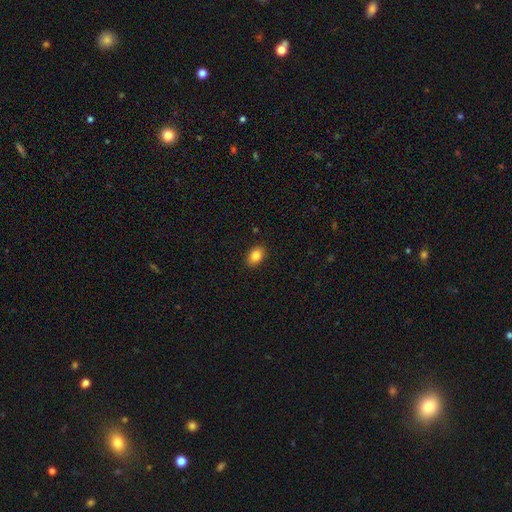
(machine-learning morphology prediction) A smooth galaxy with no disk features (85%) that is in between round and cigar-shaped (78%).

Vote fractions:
- Smooth or featured? smooth: 85% / star or artifact: 9% / featured or disk: 6%
- How rounded? in between: 78% / round: 21% / cigar-shaped: 1%
- Merging? none: 89% / minor disturbance: 8% / major disturbance: 2% / merger: 1%